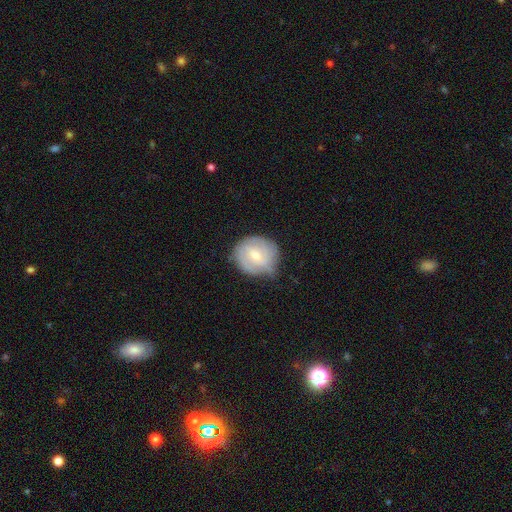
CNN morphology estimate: Smooth or featured? Predicted: smooth (p=0.47). Merging? Predicted: none (p=0.62).